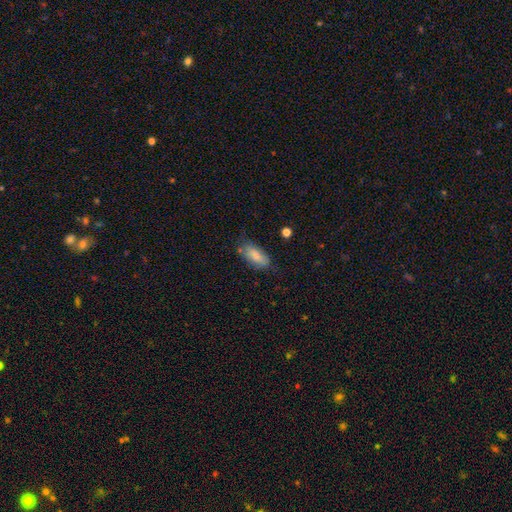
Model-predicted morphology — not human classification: Smooth or featured?
  - smooth: 82% *
  - featured or disk: 11%
  - star or artifact: 7%
How rounded?
  - in between: 86% *
  - cigar-shaped: 12%
  - round: 2%
Merging?
  - none: 69% *
  - minor disturbance: 23%
  - major disturbance: 5%
  - merger: 3%